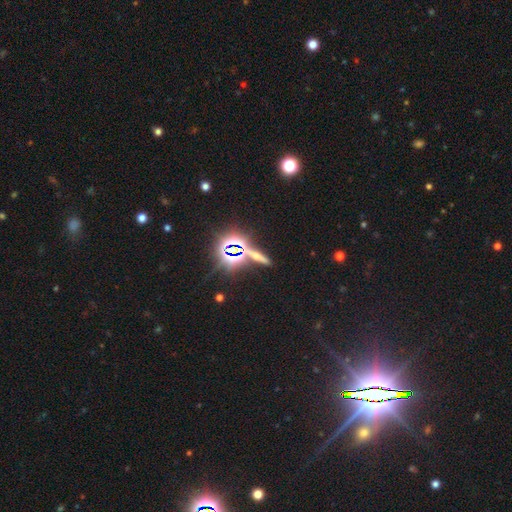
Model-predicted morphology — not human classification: type=star or artifact (46%).